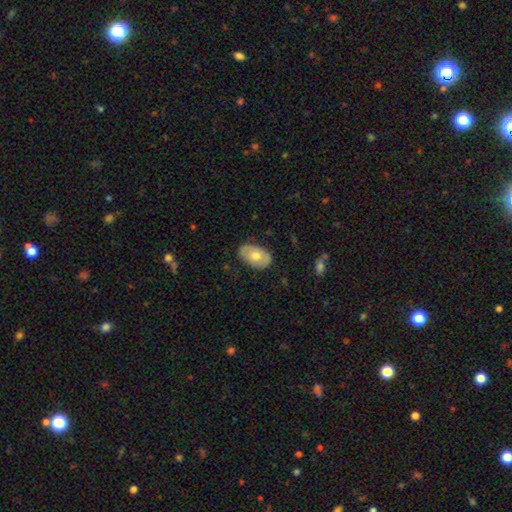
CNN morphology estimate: type=smooth (61%); roundness=in between (89%); merging=none (82%).